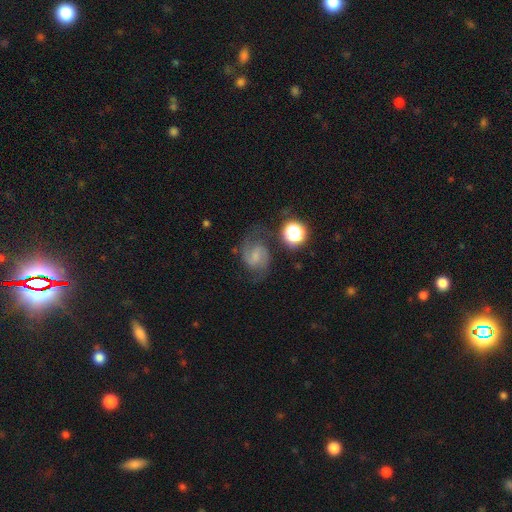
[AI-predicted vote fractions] featured or disk 75%, smooth 15%, star or artifact 11%. Down the decision tree: edge-on disk — no (98%); bar — weak (52%); spiral arms — yes (96%); spiral arm count — 2 (90%); spiral winding — medium (55%); bulge size — small (42%); merging — none (69%).